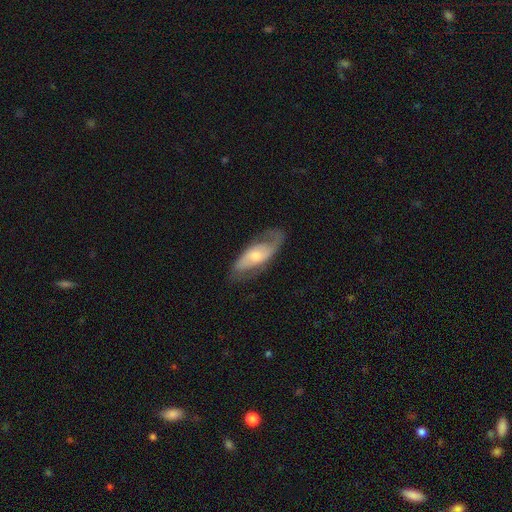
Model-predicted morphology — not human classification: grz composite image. It shows a featured or disk galaxy (65%) with no bar (59%), spiral arms (83%) and a moderate central bulge (54%). Merging: none (63%).